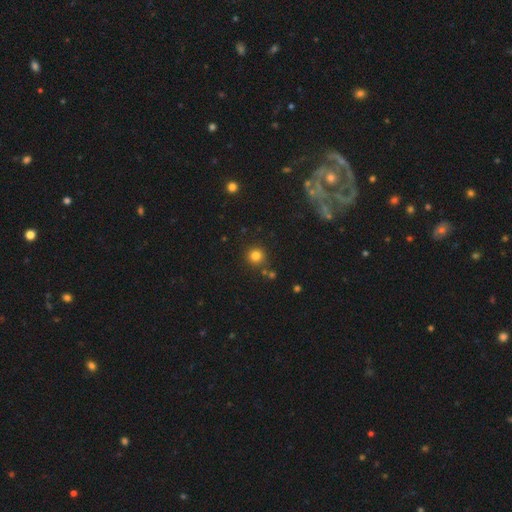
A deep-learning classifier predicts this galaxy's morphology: The model was most divided on "smooth or featured": smooth: 80%, star or artifact: 14%, featured or disk: 6%. More confident: how rounded — round (94%); merging — none (84%).